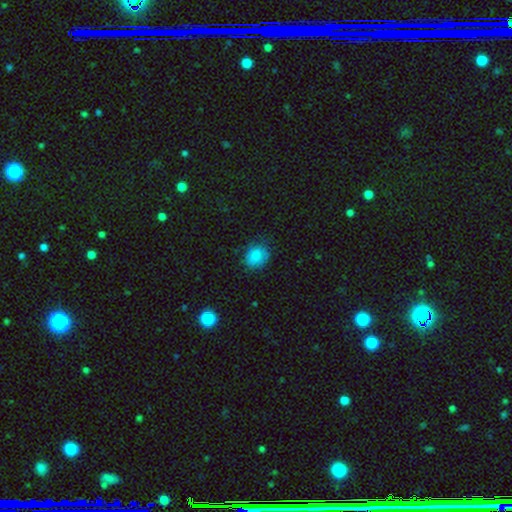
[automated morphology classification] Overall: smooth (83%). How rounded: round (60%; in between 39%). Merging: none (72%).